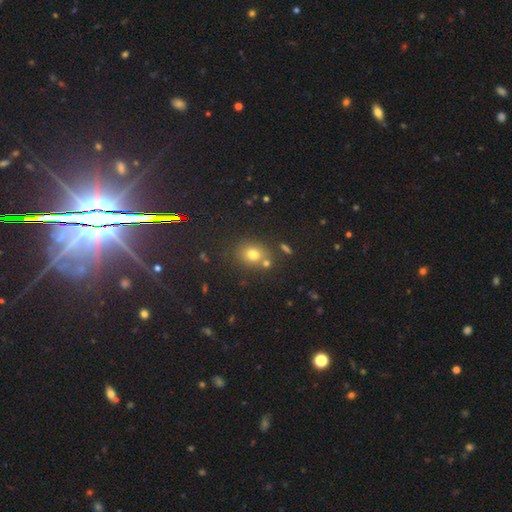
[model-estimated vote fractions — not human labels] smooth 64%, star or artifact 26%, featured or disk 10%. Down the decision tree: how rounded — round (72%); merging — none (72%).